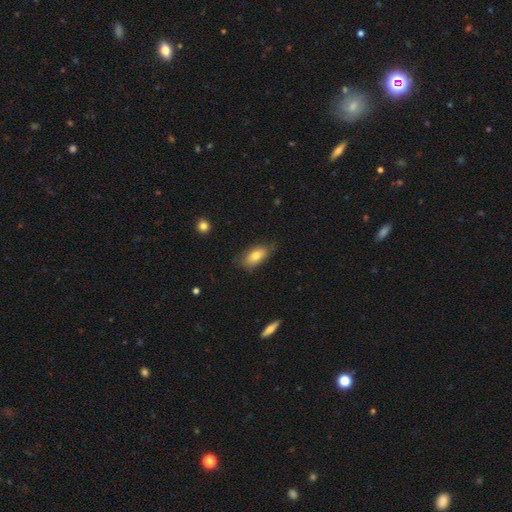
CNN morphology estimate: The model was most divided on "merging": none: 72%, minor disturbance: 22%, major disturbance: 5%, merger: 1%. More confident: how rounded — in between (89%); smooth or featured — smooth (76%).